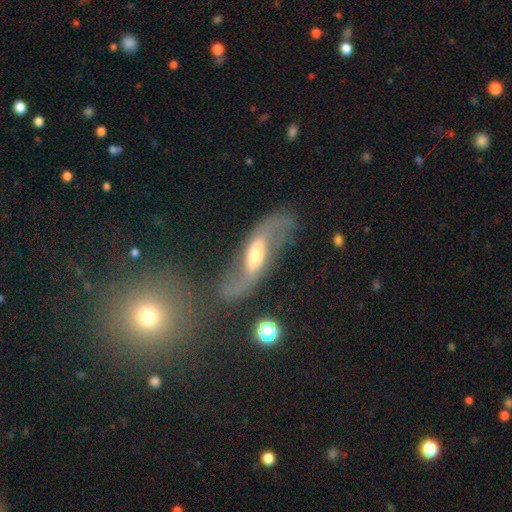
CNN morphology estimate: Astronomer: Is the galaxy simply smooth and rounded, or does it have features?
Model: featured or disk — 80%.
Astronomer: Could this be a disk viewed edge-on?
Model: no — 88%.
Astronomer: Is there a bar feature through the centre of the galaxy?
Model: weak — 40% (runner-up: strong, 32%).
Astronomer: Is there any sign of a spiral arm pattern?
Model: yes — 90%.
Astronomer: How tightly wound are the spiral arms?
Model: loose — 83%.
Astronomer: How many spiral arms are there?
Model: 2 — 90%.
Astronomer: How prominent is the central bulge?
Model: moderate — 59%.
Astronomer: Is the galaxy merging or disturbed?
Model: none — 49%.